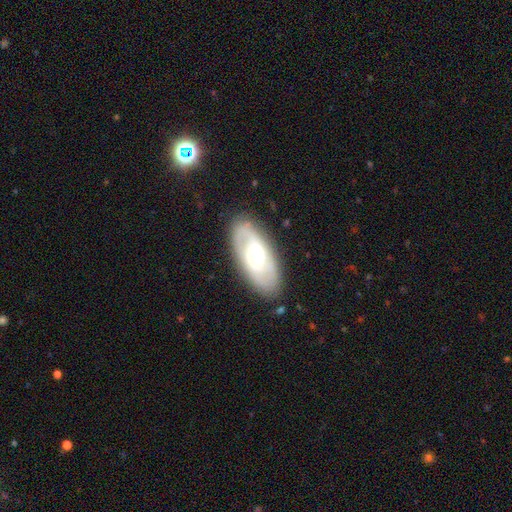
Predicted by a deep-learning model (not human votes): Smooth or featured? featured or disk (65%)
Edge-on disk? no (89%)
Bar? no (50%)
Spiral arms? yes (74%)
Bulge size? moderate (64%)
Merging? none (84%)